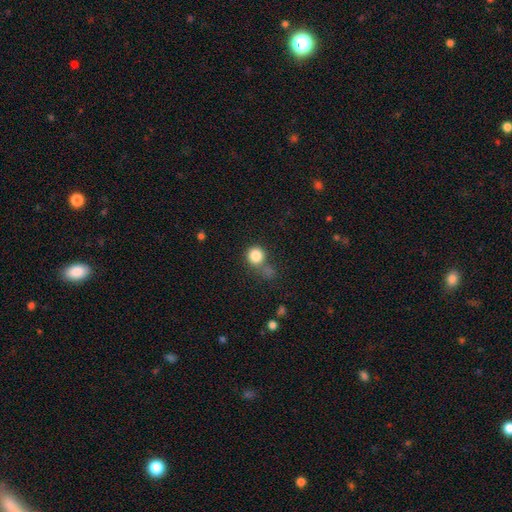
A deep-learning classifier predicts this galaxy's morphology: The model was most divided on "merging": none: 62%, merger: 18%, minor disturbance: 13%, major disturbance: 7%. More confident: how rounded — round (92%); smooth or featured — smooth (85%).